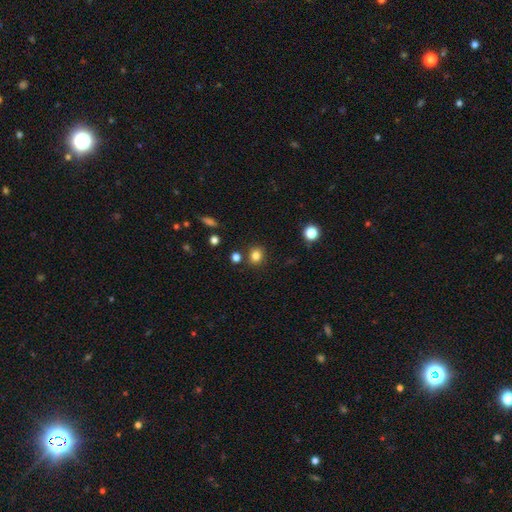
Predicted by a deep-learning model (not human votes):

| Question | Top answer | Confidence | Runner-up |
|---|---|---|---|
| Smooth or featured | smooth | 82% | star or artifact (13%) |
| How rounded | round | 80% | in between (19%) |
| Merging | none | 84% | minor disturbance (8%) |